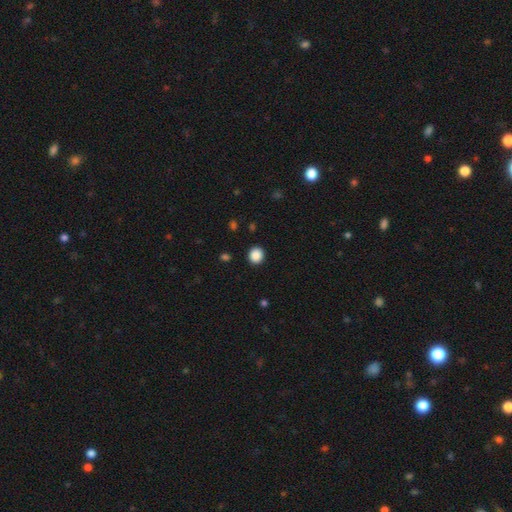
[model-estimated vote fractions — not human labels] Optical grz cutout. It shows a smooth galaxy with no disk features (88%) that is round (87%). Merging: none (92%).